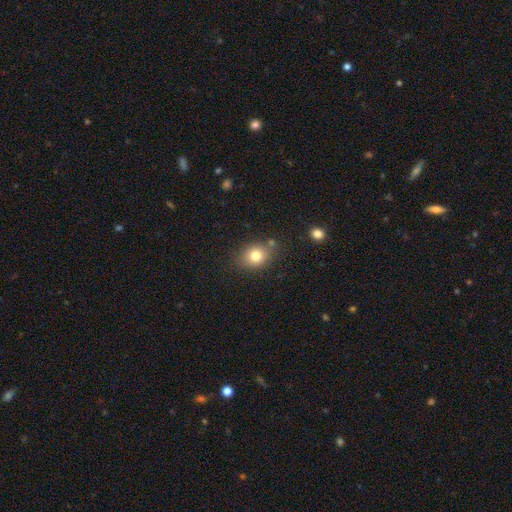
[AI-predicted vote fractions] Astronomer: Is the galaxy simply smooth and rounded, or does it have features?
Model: smooth — 79%.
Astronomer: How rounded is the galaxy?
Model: in between — 50% (runner-up: round, 49%).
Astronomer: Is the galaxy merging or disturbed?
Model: none — 76%.